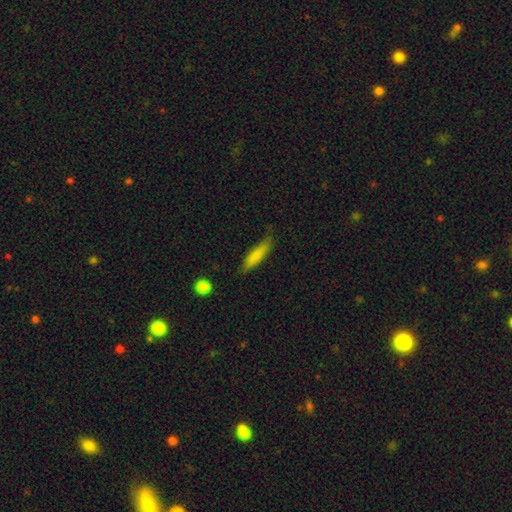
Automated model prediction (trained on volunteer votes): smooth_or_featured: smooth (p=0.79) [alt: featured or disk p=0.15]
how_rounded: cigar-shaped (p=0.77) [alt: in between p=0.21]
merging: none (p=0.76) [alt: minor disturbance p=0.19]